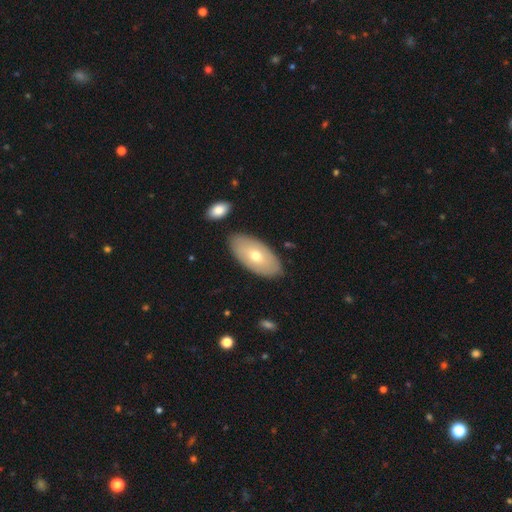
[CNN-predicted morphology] Q: Smooth or featured?
A: smooth (60%); runner-up: featured or disk (34%)
Q: How rounded?
A: in between (94%); runner-up: cigar-shaped (3%)
Q: Merging?
A: none (85%); runner-up: minor disturbance (10%)